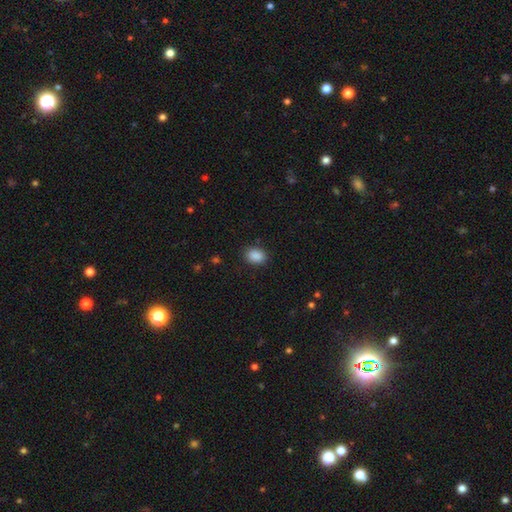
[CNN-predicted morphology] Smooth or featured: smooth — 89% (star or artifact — 9%)
How rounded: in between — 66% (round — 33%)
Merging: none — 86% (minor disturbance — 10%)